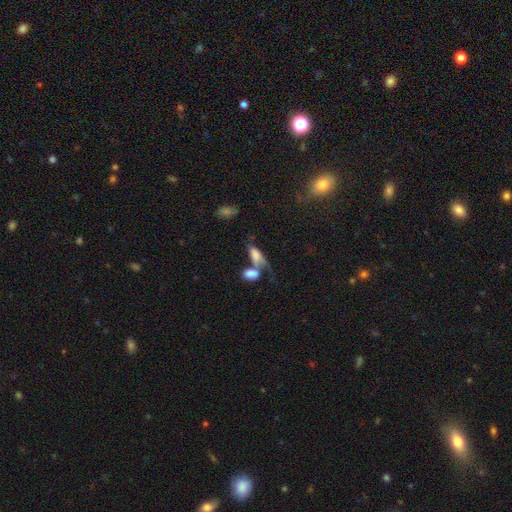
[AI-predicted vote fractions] Smooth or featured?
  - smooth: 69% *
  - featured or disk: 22%
  - star or artifact: 9%
How rounded?
  - in between: 82% *
  - cigar-shaped: 13%
  - round: 5%
Merging?
  - merger: 58% *
  - none: 21%
  - major disturbance: 11%
  - minor disturbance: 10%